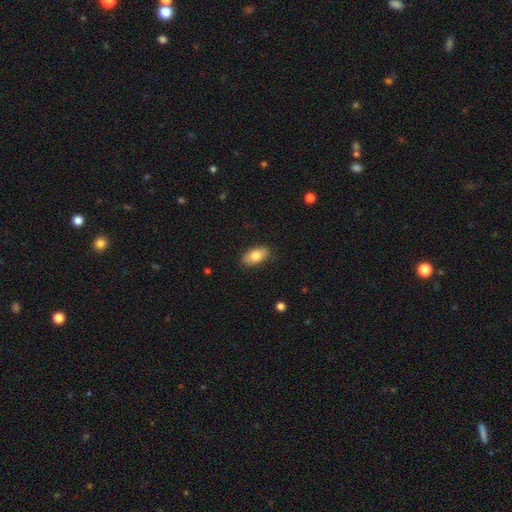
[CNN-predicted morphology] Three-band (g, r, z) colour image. It shows a smooth galaxy with no disk features (82%) that is in between round and cigar-shaped (92%). Merging: none (84%).